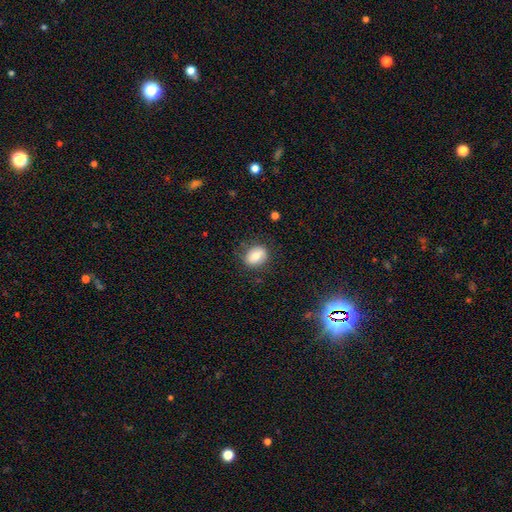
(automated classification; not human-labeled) Morphology: type=smooth (75%); roundness=in between (51%); merging=none (80%).